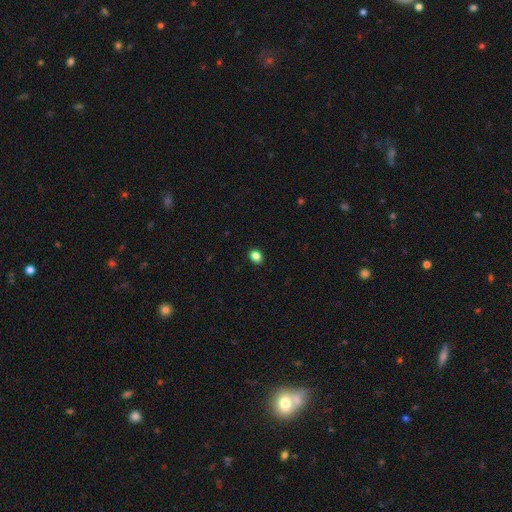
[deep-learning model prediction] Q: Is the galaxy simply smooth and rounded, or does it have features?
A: smooth — 86%.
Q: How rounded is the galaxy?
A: in between — 59%.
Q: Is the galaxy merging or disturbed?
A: none — 91%.